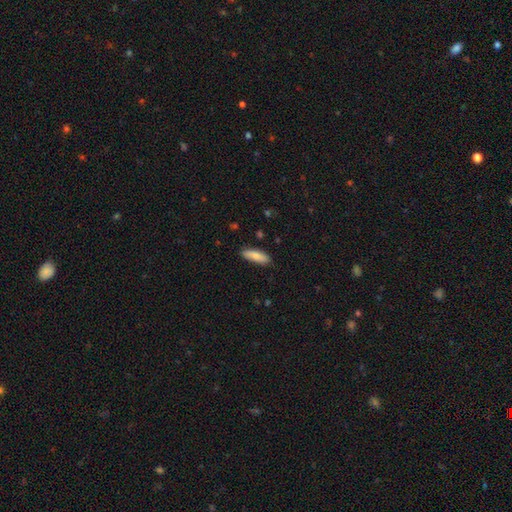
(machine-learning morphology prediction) Smooth or featured?
  - smooth: 80% *
  - featured or disk: 14%
  - star or artifact: 6%
How rounded?
  - in between: 49% * (tied)
  - cigar-shaped: 49% * (tied)
  - round: 2%
Merging?
  - none: 84% *
  - minor disturbance: 12%
  - major disturbance: 2%
  - merger: 1%